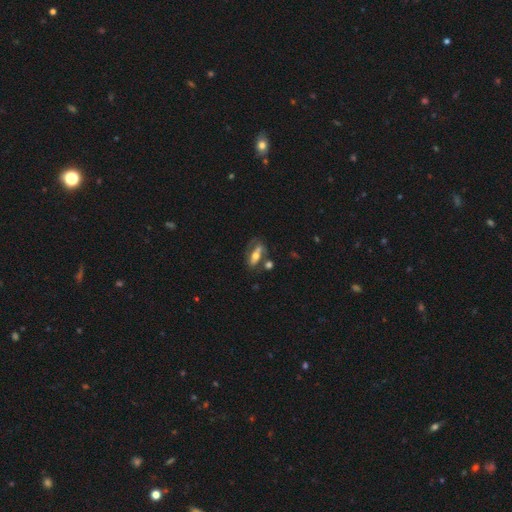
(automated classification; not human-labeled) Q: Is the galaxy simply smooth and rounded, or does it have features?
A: featured or disk — 47%.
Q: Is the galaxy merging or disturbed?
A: none — 53%.